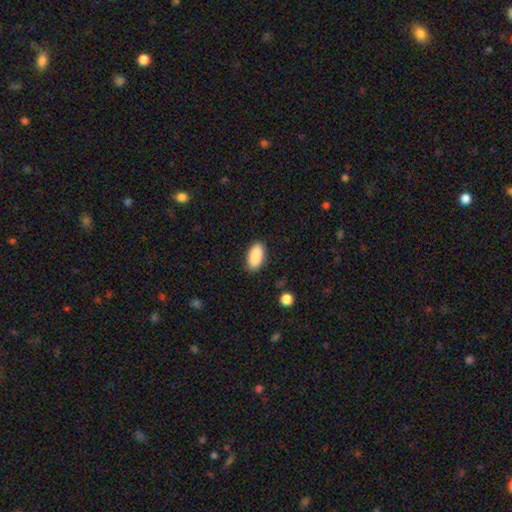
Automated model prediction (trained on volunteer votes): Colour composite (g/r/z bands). It shows a smooth galaxy with no disk features (90%) that is in between round and cigar-shaped (93%). Merging: none (86%).